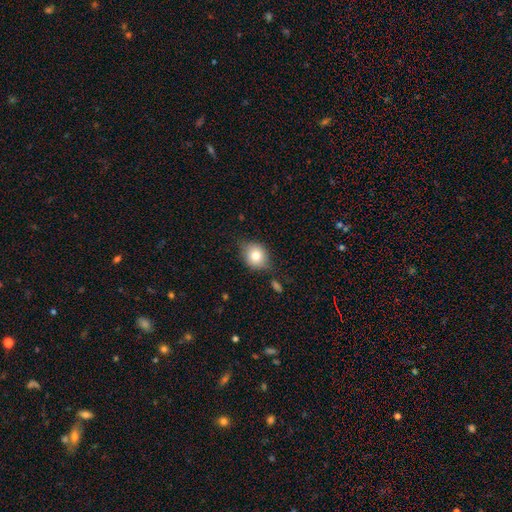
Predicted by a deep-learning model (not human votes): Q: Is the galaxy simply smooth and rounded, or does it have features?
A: smooth — 78%.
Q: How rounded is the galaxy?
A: round — 64%.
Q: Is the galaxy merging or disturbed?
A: none — 68%.